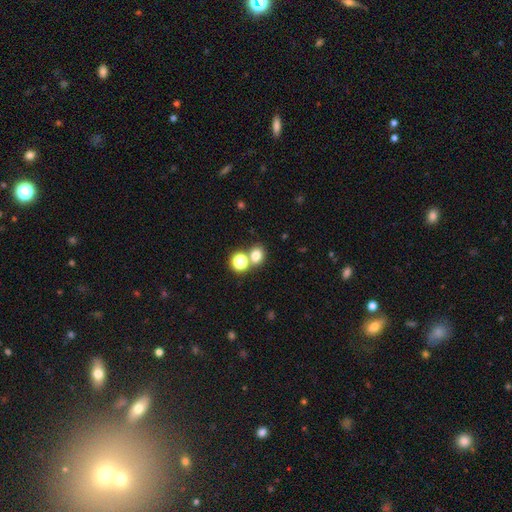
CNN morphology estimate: smooth 76%, star or artifact 17%, featured or disk 7%. Down the decision tree: how rounded — round (68%); merging — none (62%).